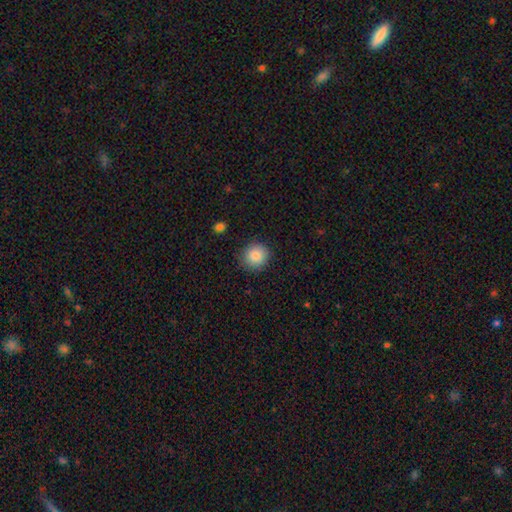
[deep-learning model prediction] smooth_or_featured: smooth (p=0.87) [alt: star or artifact p=0.08]
how_rounded: round (p=0.91) [alt: in between p=0.09]
merging: none (p=0.88) [alt: minor disturbance p=0.08]